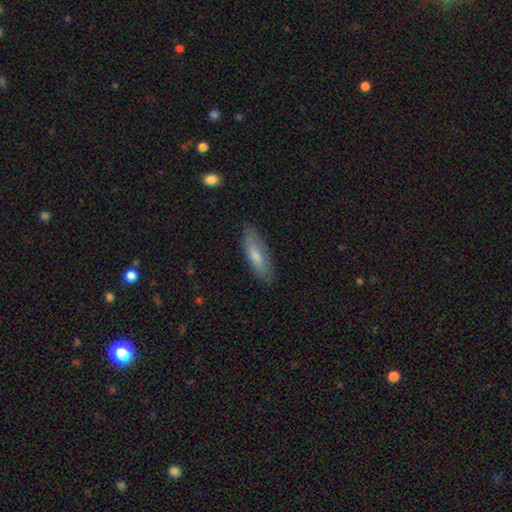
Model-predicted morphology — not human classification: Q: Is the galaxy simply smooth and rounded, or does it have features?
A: smooth — 68%.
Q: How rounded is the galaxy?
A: cigar-shaped — 51%.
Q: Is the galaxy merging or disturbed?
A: none — 82%.